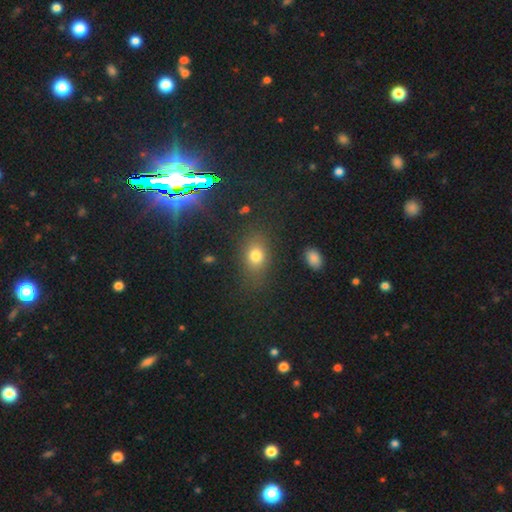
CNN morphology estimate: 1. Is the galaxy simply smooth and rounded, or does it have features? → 75% smooth, 15% star or artifact, 10% featured or disk.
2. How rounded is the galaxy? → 62% in between, 35% round, 3% cigar-shaped.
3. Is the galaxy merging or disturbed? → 79% none, 12% minor disturbance, 6% major disturbance, 3% merger.